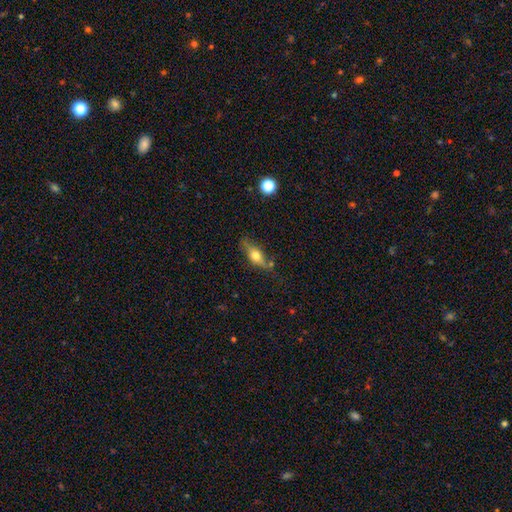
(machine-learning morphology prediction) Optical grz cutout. It shows a smooth galaxy with no disk features (53%) that is in between round and cigar-shaped (57%). Merging: none (66%).